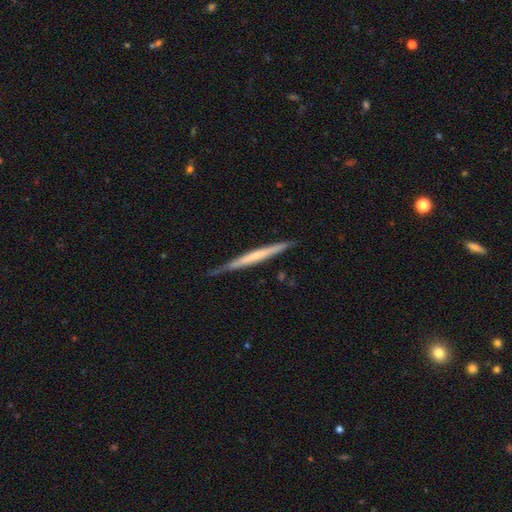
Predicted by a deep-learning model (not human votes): This is possibly a featured or disk galaxy (54%). It is clearly viewed edge-on (96%). Edge-on bulge: likely none (78%). Merging: likely none (80%).